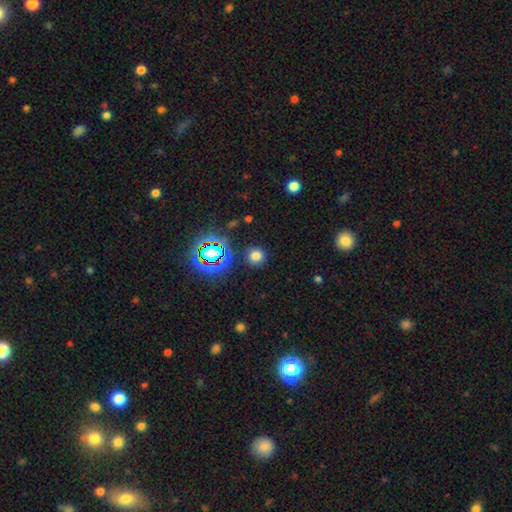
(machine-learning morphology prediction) type=smooth (72%); roundness=round (92%); merging=none (88%).